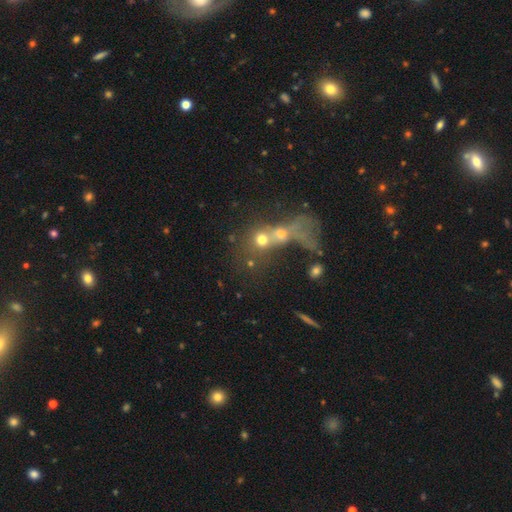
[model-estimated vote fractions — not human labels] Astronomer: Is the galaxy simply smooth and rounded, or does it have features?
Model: smooth — 39% (runner-up: star or artifact, 32%).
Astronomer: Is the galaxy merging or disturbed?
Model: merger — 53%.